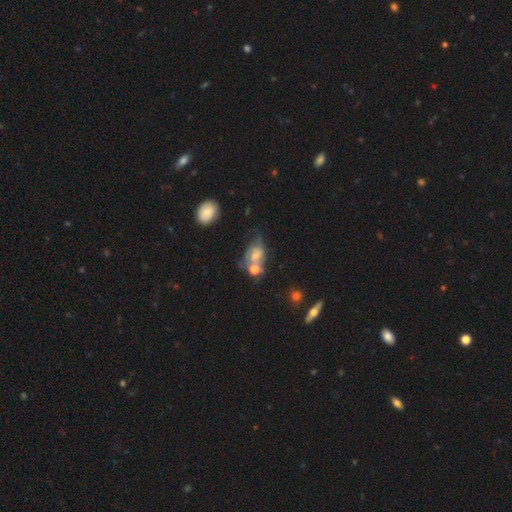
This appears to be a smooth galaxy with no disk features (55%) that is in between round and cigar-shaped (95%). Merging: merger (46%).